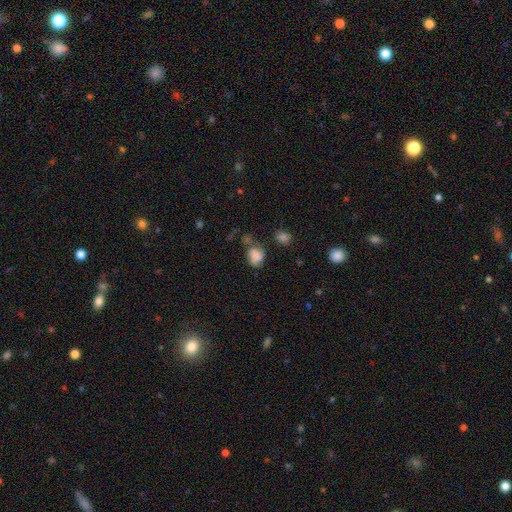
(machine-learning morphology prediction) Smooth or featured? Predicted: smooth (p=0.73). How rounded? Predicted: in between (p=0.63). Merging? Predicted: none (p=0.35).